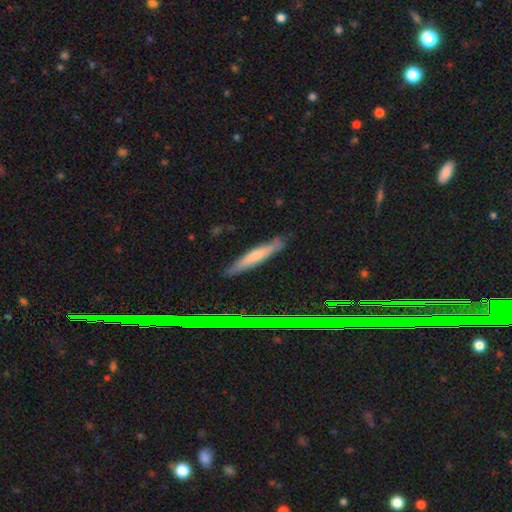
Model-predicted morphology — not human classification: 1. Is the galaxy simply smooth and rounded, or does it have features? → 56% smooth, 36% featured or disk, 8% star or artifact.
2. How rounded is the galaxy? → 88% cigar-shaped, 10% in between, 2% round.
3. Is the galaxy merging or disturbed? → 84% none, 12% minor disturbance, 2% major disturbance, 2% merger.